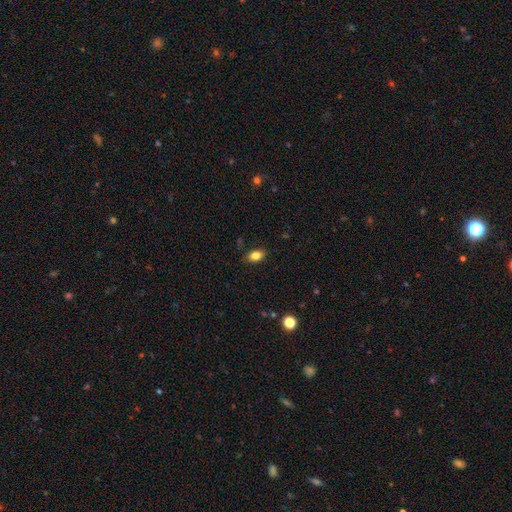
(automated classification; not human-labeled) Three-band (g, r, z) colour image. It shows a smooth galaxy with no disk features (84%) that is in between round and cigar-shaped (85%). Merging: none (84%).